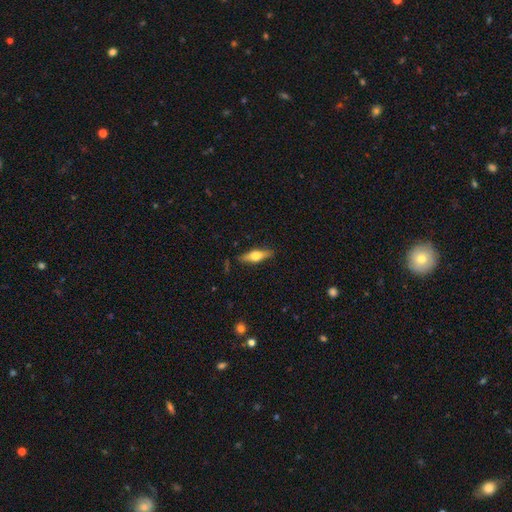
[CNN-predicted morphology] Smooth or featured?
  - featured or disk: 50% *
  - smooth: 44%
  - star or artifact: 6%
Merging?
  - none: 85% *
  - minor disturbance: 11%
  - major disturbance: 3%
  - merger: 1%